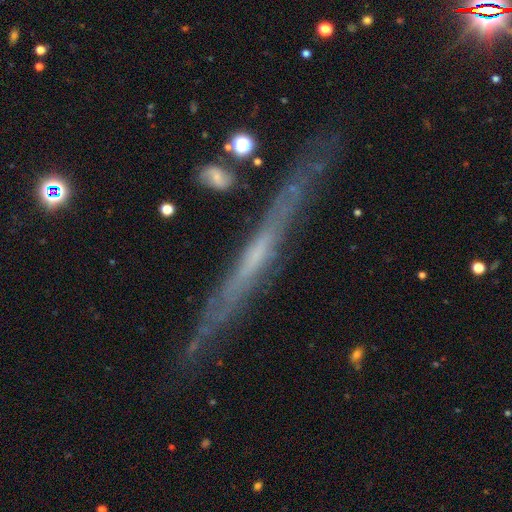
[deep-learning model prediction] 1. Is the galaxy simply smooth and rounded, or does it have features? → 69% featured or disk, 22% smooth, 8% star or artifact.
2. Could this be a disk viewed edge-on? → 90% yes, 10% no.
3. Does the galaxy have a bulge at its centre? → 78% none, 13% rounded, 9% boxy.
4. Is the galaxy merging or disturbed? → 75% none, 17% minor disturbance, 5% major disturbance, 3% merger.